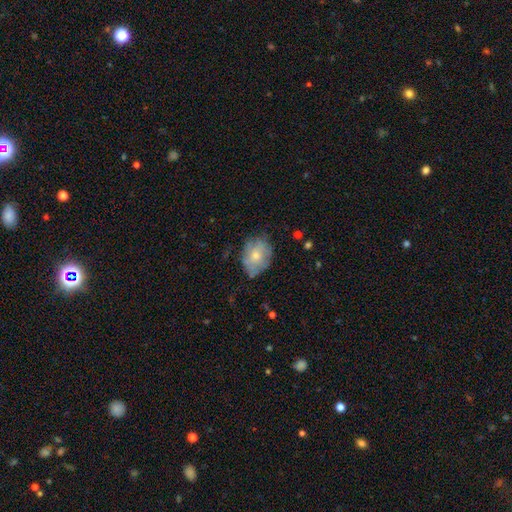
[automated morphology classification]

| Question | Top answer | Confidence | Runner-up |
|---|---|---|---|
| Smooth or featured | smooth | 57% | featured or disk (35%) |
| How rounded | in between | 62% | round (37%) |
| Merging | none | 63% | minor disturbance (26%) |